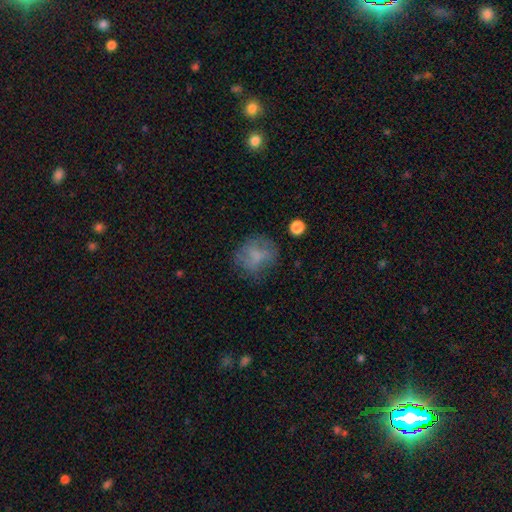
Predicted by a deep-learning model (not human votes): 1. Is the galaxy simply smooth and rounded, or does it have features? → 63% smooth, 25% featured or disk, 12% star or artifact.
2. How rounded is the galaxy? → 72% round, 27% in between, 1% cigar-shaped.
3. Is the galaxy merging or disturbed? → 60% none, 22% minor disturbance, 15% major disturbance, 3% merger.